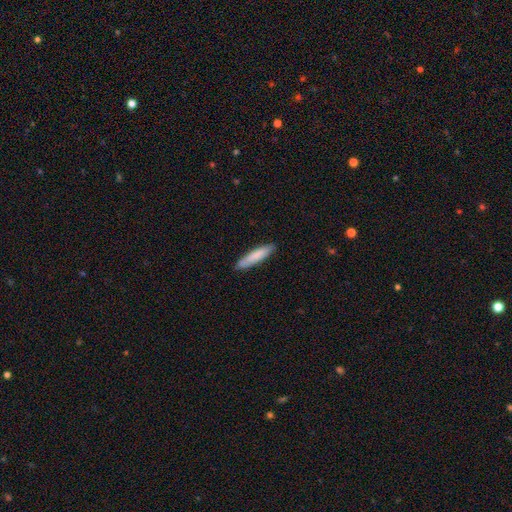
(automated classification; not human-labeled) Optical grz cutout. It shows a smooth galaxy with no disk features (81%) that is cigar-shaped (84%). Merging: none (86%).